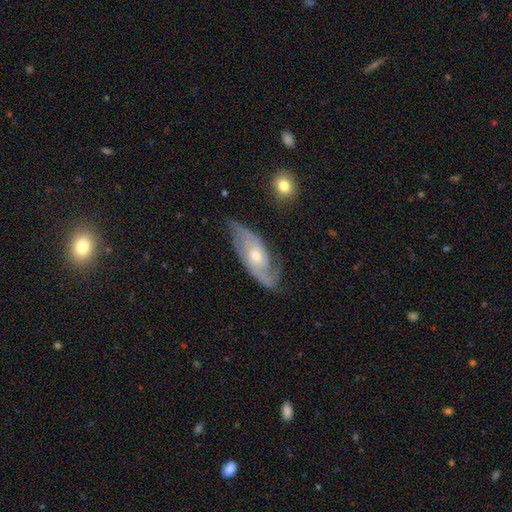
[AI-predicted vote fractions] Smooth or featured? featured or disk (84%)
Edge-on disk? no (90%)
Bar? no (67%)
Spiral arms? yes (94%)
Spiral winding? medium (43%)
Spiral arm count? 2 (68%)
Bulge size? moderate (57%)
Merging? none (68%)